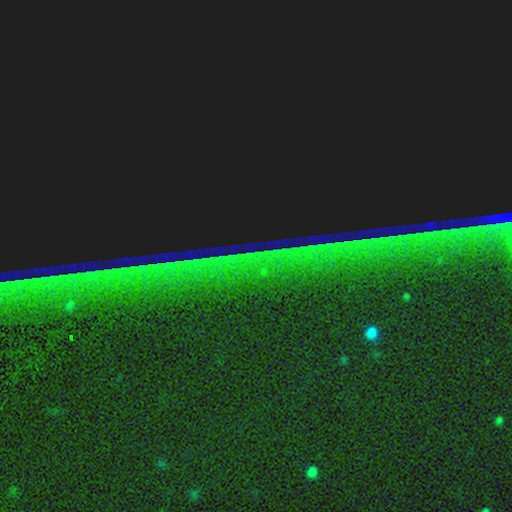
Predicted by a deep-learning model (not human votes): A star or artifact, not a galaxy (88%).

Vote fractions:
- Smooth or featured? star or artifact: 88% / featured or disk: 6% / smooth: 6%